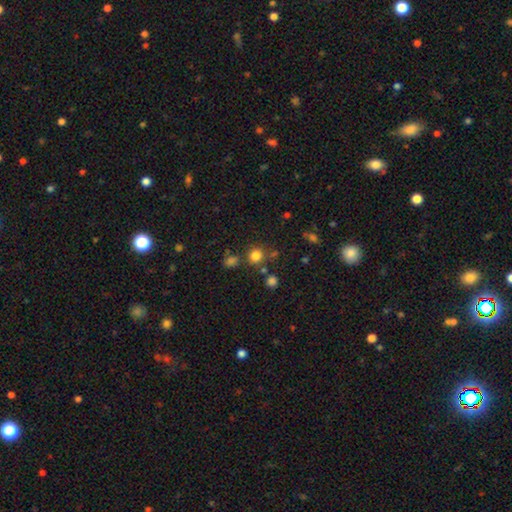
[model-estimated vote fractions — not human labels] The model was most divided on "smooth or featured": smooth: 79%, star or artifact: 16%, featured or disk: 6%. More confident: how rounded — round (88%); merging — none (76%).